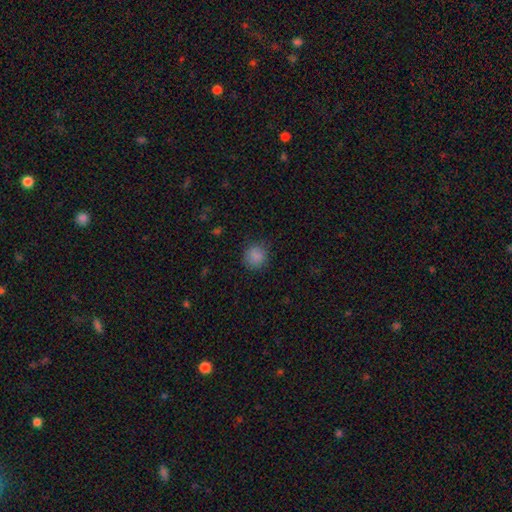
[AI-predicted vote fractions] Smooth or featured: smooth — 86% (star or artifact — 10%)
How rounded: round — 89% (in between — 10%)
Merging: none — 84% (minor disturbance — 11%)